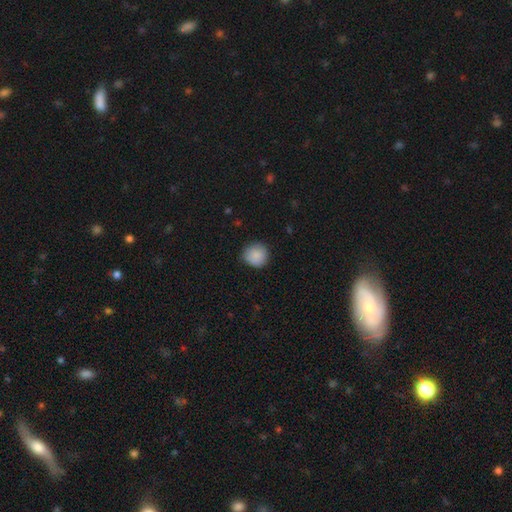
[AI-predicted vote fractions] smooth 88%, star or artifact 7%, featured or disk 5%. Down the decision tree: how rounded — round (92%); merging — none (80%).